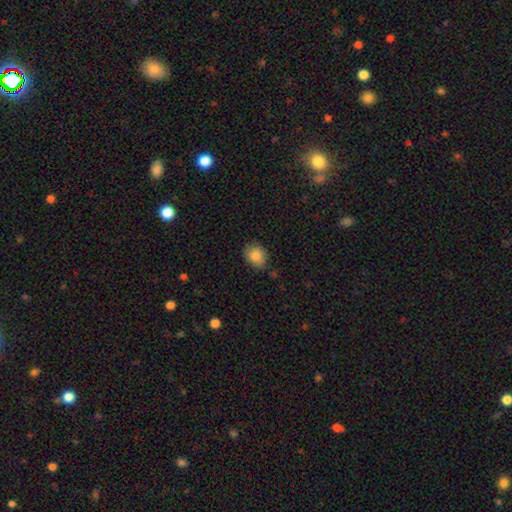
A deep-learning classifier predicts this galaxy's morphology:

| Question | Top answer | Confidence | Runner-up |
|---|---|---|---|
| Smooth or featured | smooth | 86% | star or artifact (9%) |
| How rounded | in between | 52% | round (47%) |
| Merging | none | 78% | minor disturbance (17%) |